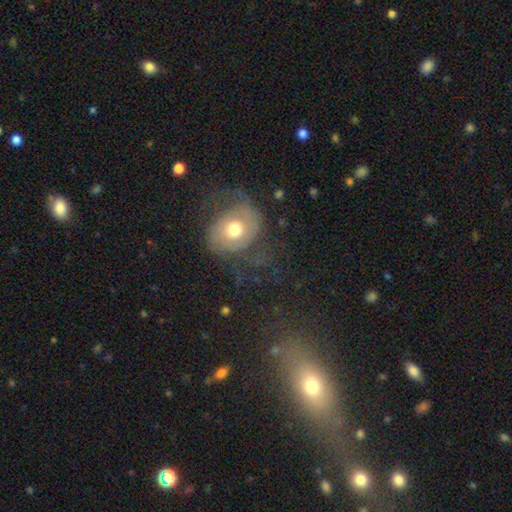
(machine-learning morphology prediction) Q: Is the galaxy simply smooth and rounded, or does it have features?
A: featured or disk — 61%.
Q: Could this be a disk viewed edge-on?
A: no — 96%.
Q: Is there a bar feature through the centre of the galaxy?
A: no — 68%.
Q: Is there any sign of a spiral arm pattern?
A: yes — 79%.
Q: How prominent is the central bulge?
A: moderate — 69%.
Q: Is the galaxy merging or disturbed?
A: none — 62%.